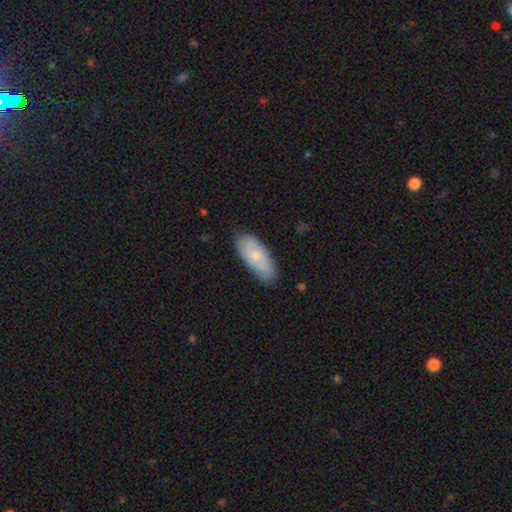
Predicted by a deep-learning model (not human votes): smooth_or_featured: smooth (p=0.68) [alt: featured or disk p=0.26]
how_rounded: in between (p=0.83) [alt: cigar-shaped p=0.15]
merging: none (p=0.78) [alt: minor disturbance p=0.18]